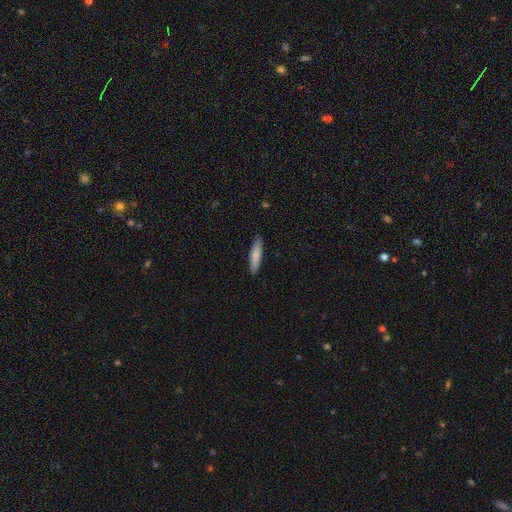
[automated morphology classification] This appears to be a smooth galaxy with no disk features (79%) that is cigar-shaped (75%). Merging: none (90%).